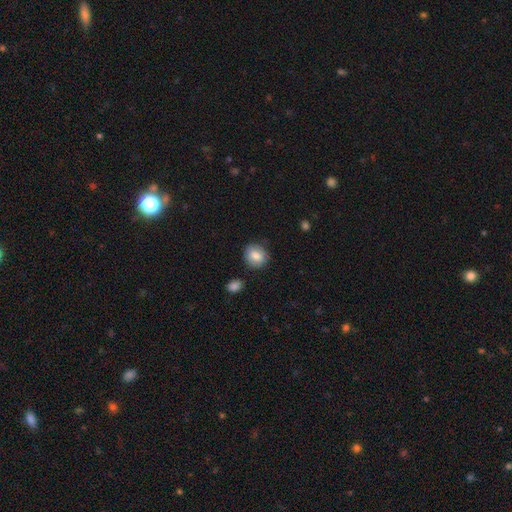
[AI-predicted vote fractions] smooth 83%, featured or disk 9%, star or artifact 8%. Down the decision tree: how rounded — round (76%); merging — none (82%).